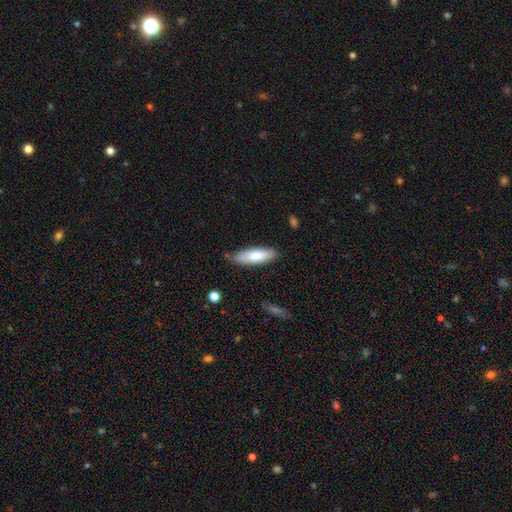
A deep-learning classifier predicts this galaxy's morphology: The model was most divided on "how rounded": cigar-shaped: 55%, in between: 44%, round: 1%. More confident: merging — none (84%); smooth or featured — smooth (78%).